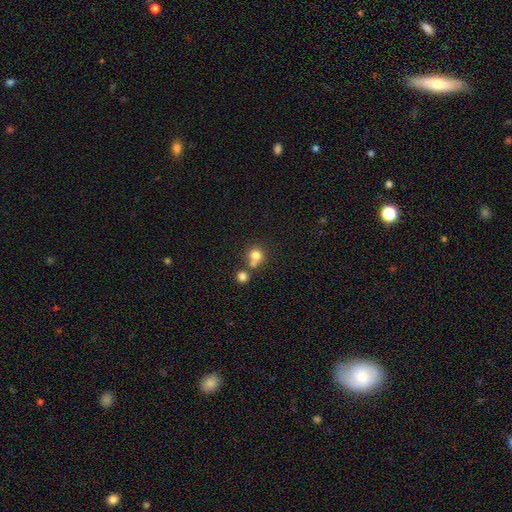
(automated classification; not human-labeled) Smooth or featured?
  - smooth: 79% *
  - star or artifact: 12%
  - featured or disk: 9%
How rounded?
  - round: 87% *
  - in between: 12%
  - cigar-shaped: 1%
Merging?
  - none: 50% *
  - merger: 39%
  - minor disturbance: 8%
  - major disturbance: 3%